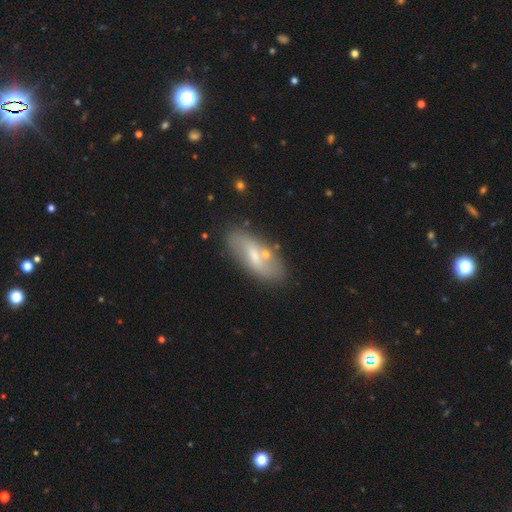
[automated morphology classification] Smooth or featured: featured or disk — 49% (smooth — 43%)
Merging: none — 74% (minor disturbance — 15%)